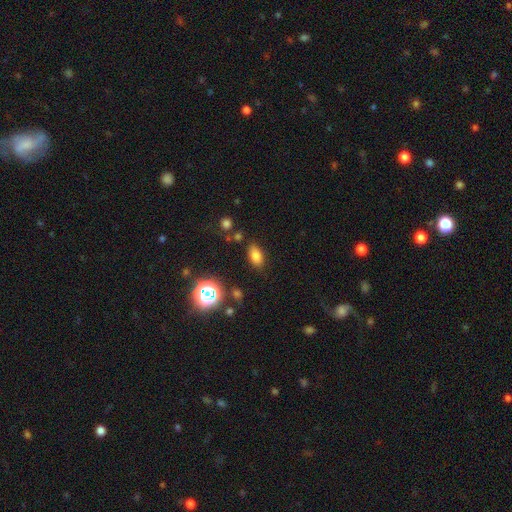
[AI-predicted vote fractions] Smooth or featured: smooth — 77% (star or artifact — 15%)
How rounded: in between — 87% (round — 9%)
Merging: none — 82% (minor disturbance — 12%)